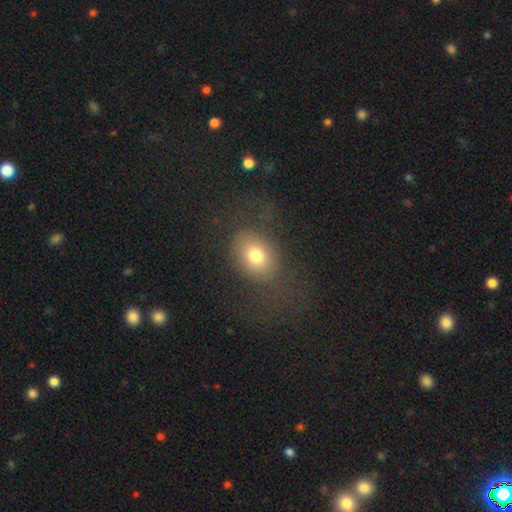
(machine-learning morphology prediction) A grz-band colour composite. It shows a smooth galaxy with no disk features (76%) that is in between round and cigar-shaped (56%). Merging: none (62%).